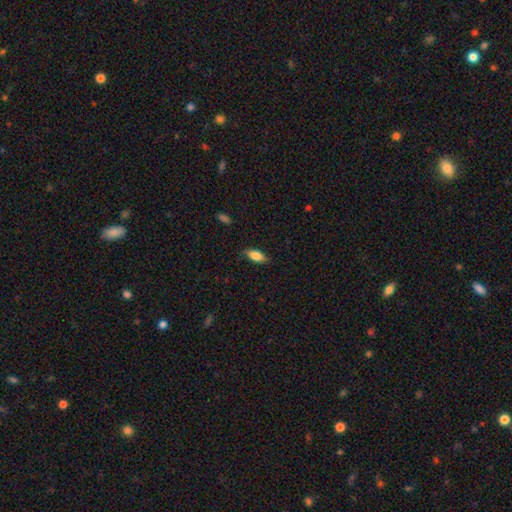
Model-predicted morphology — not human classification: A smooth galaxy with no disk features (73%) that is in between round and cigar-shaped (79%). Merging: none (74%).